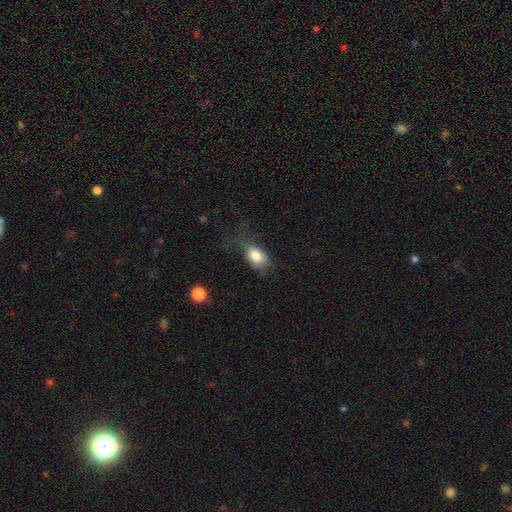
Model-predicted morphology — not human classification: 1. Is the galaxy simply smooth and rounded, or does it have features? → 81% smooth, 10% featured or disk, 9% star or artifact.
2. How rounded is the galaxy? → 84% in between, 14% round, 3% cigar-shaped.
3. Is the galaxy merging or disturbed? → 39% none, 30% major disturbance, 28% minor disturbance, 3% merger.